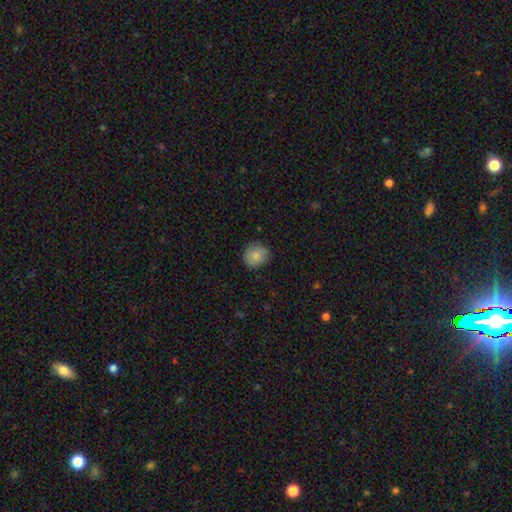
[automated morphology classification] Smooth or featured?
  - smooth: 82% *
  - featured or disk: 10%
  - star or artifact: 8%
How rounded?
  - round: 78% *
  - in between: 21%
  - cigar-shaped: 1%
Merging?
  - none: 79% *
  - minor disturbance: 17%
  - major disturbance: 3%
  - merger: 1%